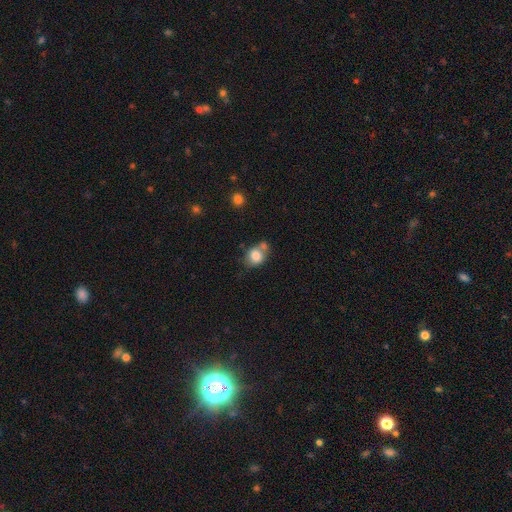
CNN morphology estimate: smooth-or-featured: smooth: 80% | featured or disk: 12% | star or artifact: 9%
  how-rounded: round: 55% | in between: 44% | cigar-shaped: 1%
  merging: none: 47% | merger: 31% | minor disturbance: 17% | major disturbance: 5%